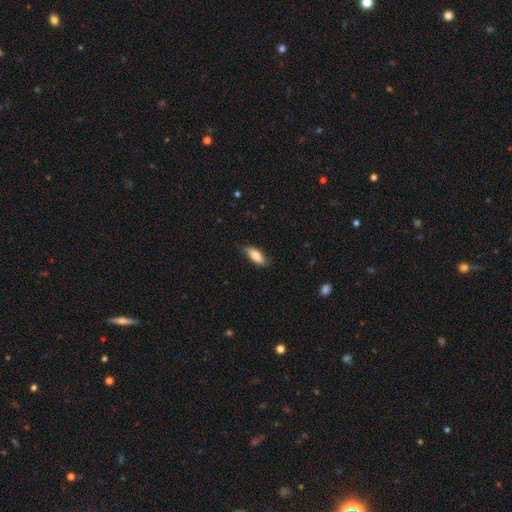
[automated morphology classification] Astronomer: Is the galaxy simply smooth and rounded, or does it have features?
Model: smooth — 81%.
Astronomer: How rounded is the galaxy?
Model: in between — 75%.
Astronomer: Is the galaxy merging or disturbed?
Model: none — 78%.